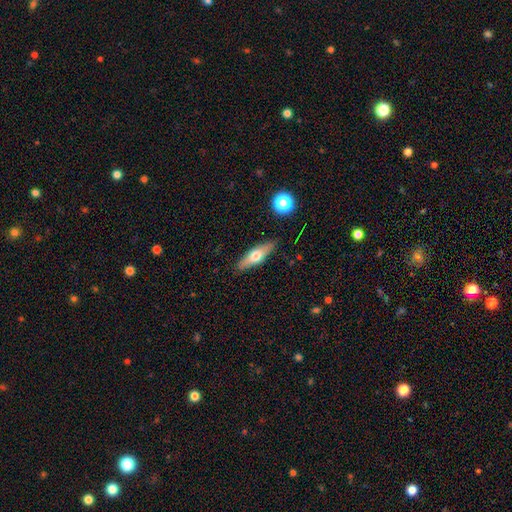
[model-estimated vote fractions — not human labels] Smooth or featured?
  - smooth: 52% *
  - featured or disk: 41%
  - star or artifact: 7%
How rounded?
  - cigar-shaped: 52% *
  - in between: 44%
  - round: 3%
Merging?
  - none: 87% *
  - minor disturbance: 10%
  - major disturbance: 2%
  - merger: 2%